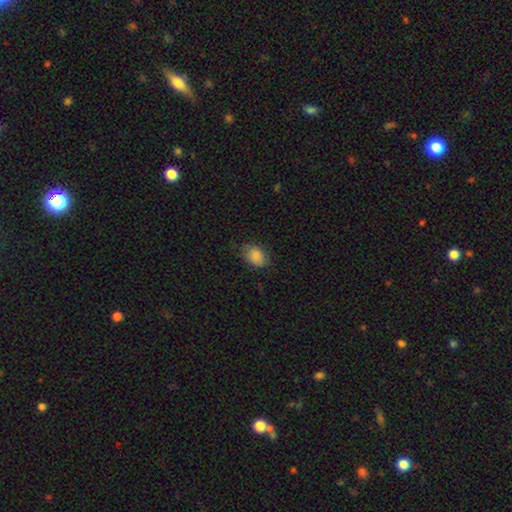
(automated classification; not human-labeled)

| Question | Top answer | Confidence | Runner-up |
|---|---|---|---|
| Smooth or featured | smooth | 85% | featured or disk (8%) |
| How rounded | in between | 77% | round (22%) |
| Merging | none | 73% | minor disturbance (21%) |